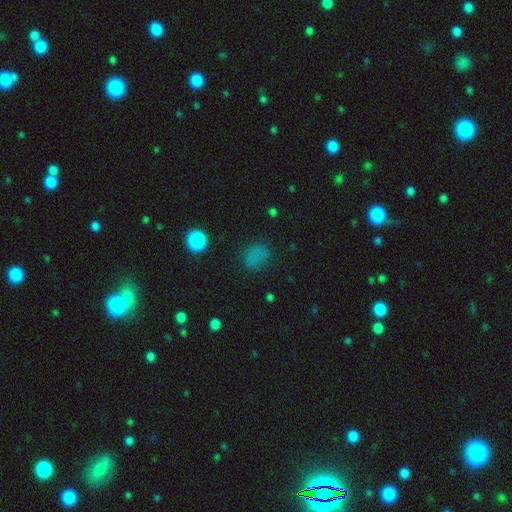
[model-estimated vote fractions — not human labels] smooth 67%, star or artifact 26%, featured or disk 7%. Down the decision tree: how rounded — round (57%); merging — none (76%).